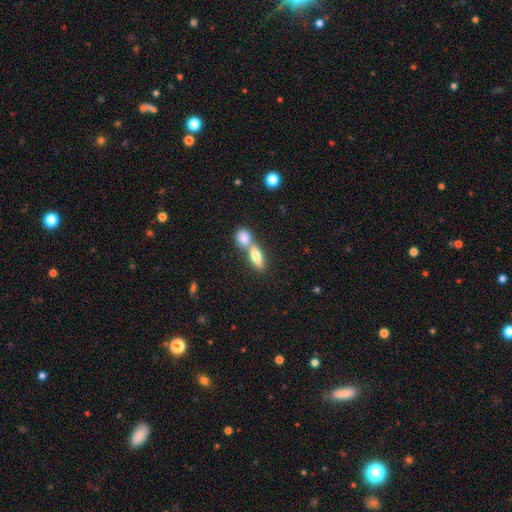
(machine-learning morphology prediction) smooth 74%, featured or disk 19%, star or artifact 7%. Down the decision tree: how rounded — in between (67%); merging — merger (56%).